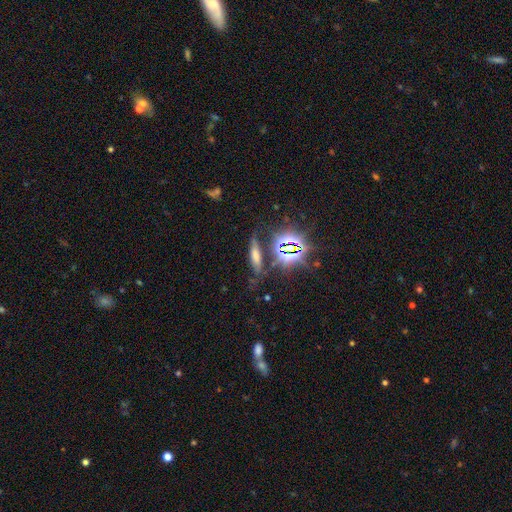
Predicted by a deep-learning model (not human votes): Smooth or featured? Predicted: smooth (p=0.50). Merging? Predicted: none (p=0.66).